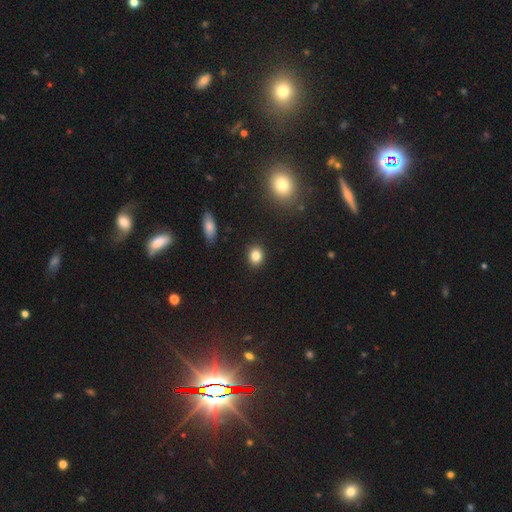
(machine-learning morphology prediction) This is clearly a smooth galaxy (84%). How rounded: possibly round (57%). Merging: clearly none (90%).